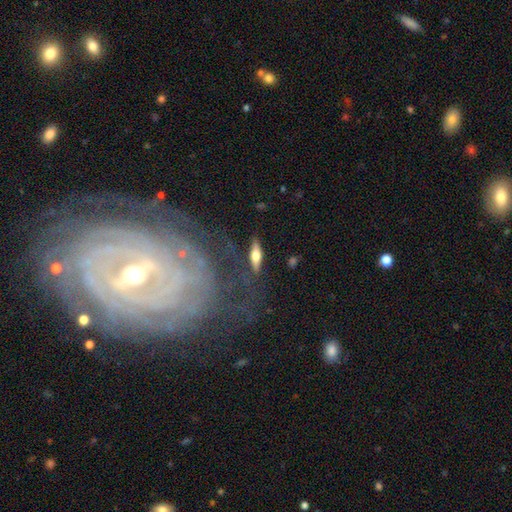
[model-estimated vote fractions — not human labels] Smooth or featured? Predicted: featured or disk (p=0.47). Merging? Predicted: none (p=0.83).